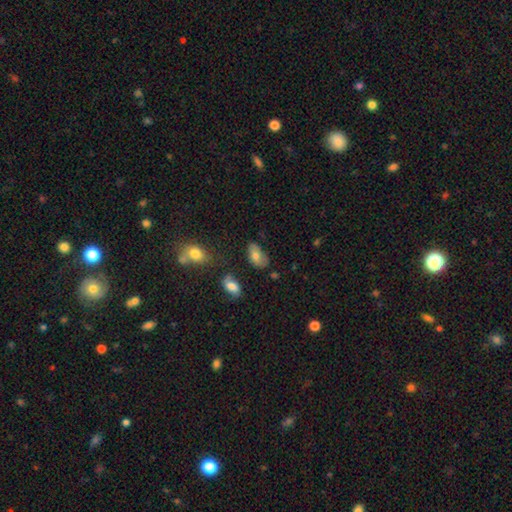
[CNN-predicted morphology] smooth_or_featured: smooth (p=0.72) [alt: featured or disk p=0.19]
how_rounded: in between (p=0.92) [alt: round p=0.06]
merging: none (p=0.60) [alt: minor disturbance p=0.28]